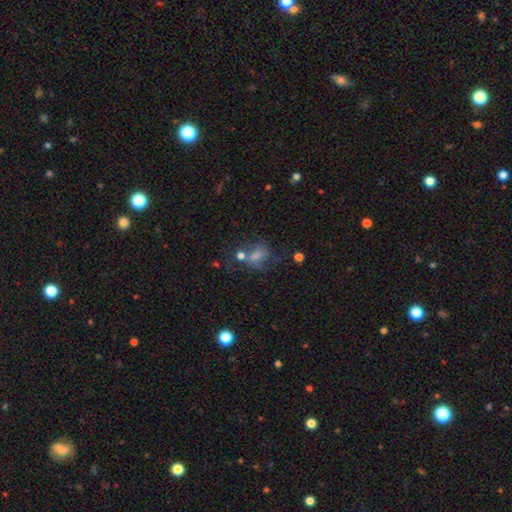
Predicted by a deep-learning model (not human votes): A smooth galaxy with no disk features (46%). Merging: none (40%).